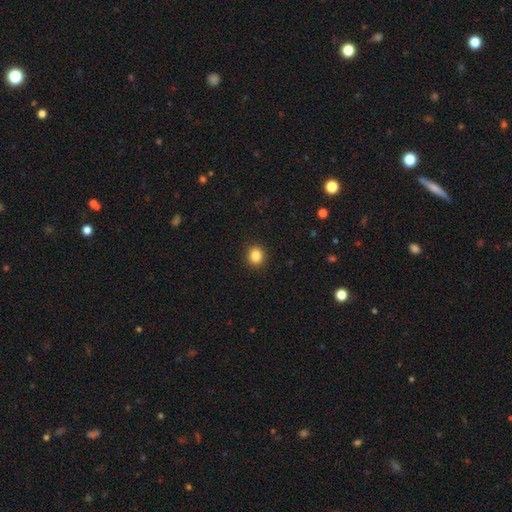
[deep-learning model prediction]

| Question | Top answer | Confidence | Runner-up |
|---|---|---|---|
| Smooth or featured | smooth | 85% | star or artifact (11%) |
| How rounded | round | 82% | in between (17%) |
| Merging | none | 92% | minor disturbance (5%) |